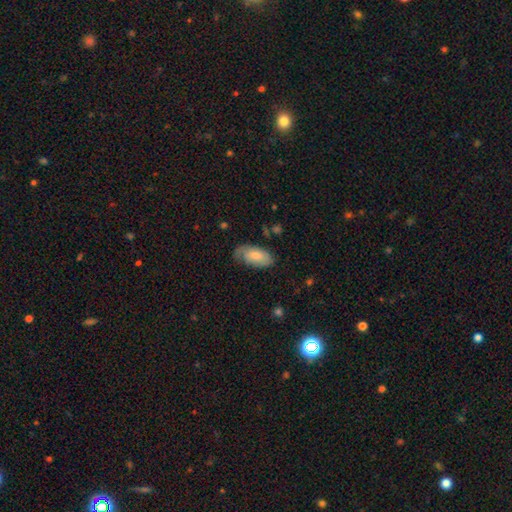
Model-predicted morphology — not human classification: A smooth galaxy with no disk features (68%) that is in between round and cigar-shaped (94%).

Vote fractions:
- Smooth or featured? smooth: 68% / featured or disk: 26% / star or artifact: 6%
- How rounded? in between: 94% / cigar-shaped: 3% / round: 3%
- Merging? none: 57% / minor disturbance: 30% / major disturbance: 12% / merger: 2%